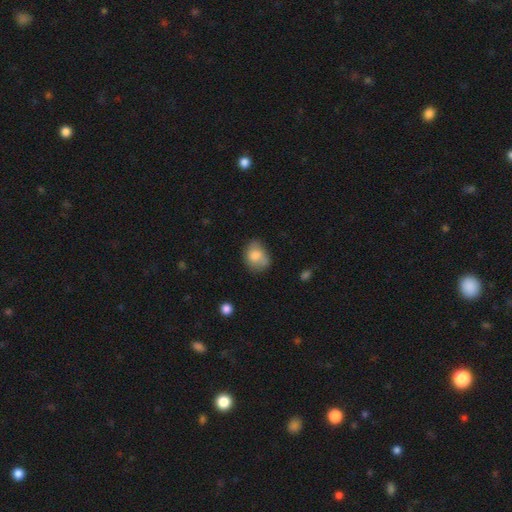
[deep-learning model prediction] Q: Smooth or featured?
A: smooth (76%); runner-up: featured or disk (15%)
Q: How rounded?
A: in between (57%); runner-up: round (42%)
Q: Merging?
A: none (53%); runner-up: minor disturbance (32%)